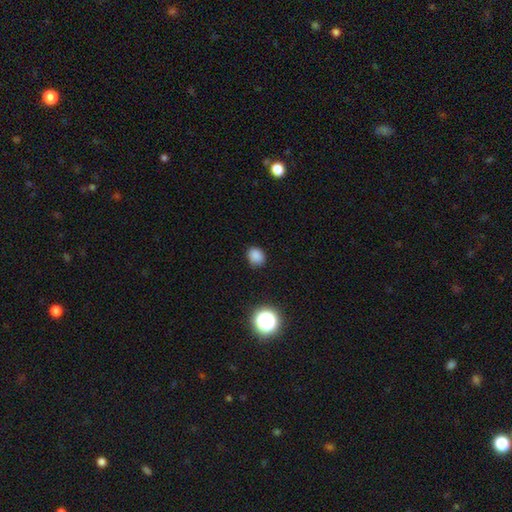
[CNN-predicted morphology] A smooth galaxy with no disk features (83%) that is round (59%). Merging: none (85%).